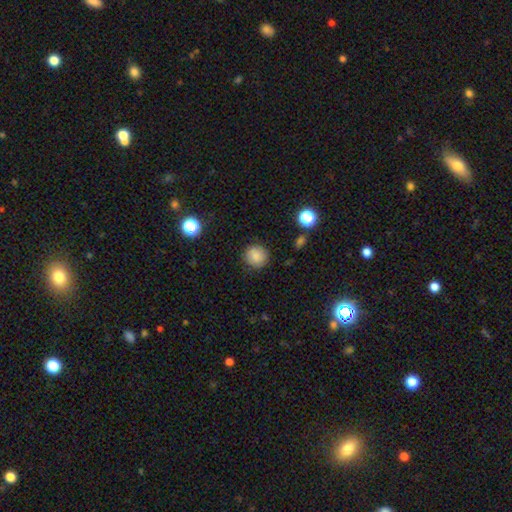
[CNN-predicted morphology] smooth_or_featured: smooth (p=0.84) [alt: star or artifact p=0.10]
how_rounded: round (p=0.92) [alt: in between p=0.07]
merging: none (p=0.87) [alt: minor disturbance p=0.09]